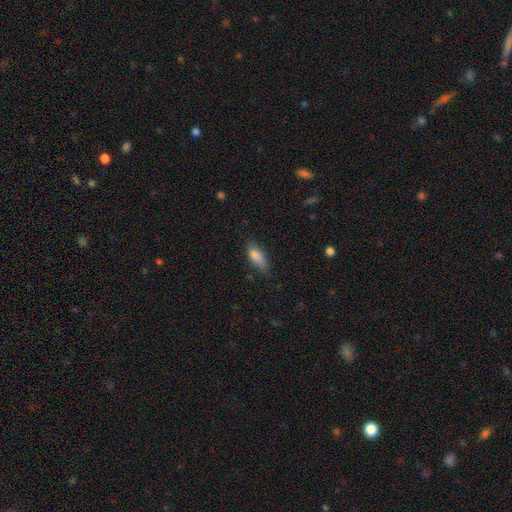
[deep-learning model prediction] A smooth galaxy with no disk features (83%) that is in between round and cigar-shaped (76%). Merging: none (70%).